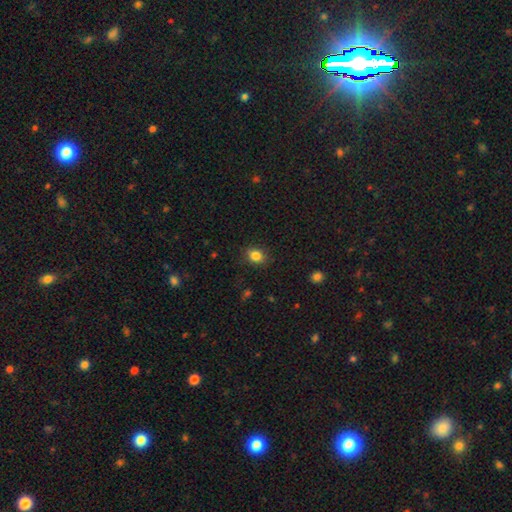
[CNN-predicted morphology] Smooth or featured? smooth (84%)
How rounded? in between (54%)
Merging? none (86%)